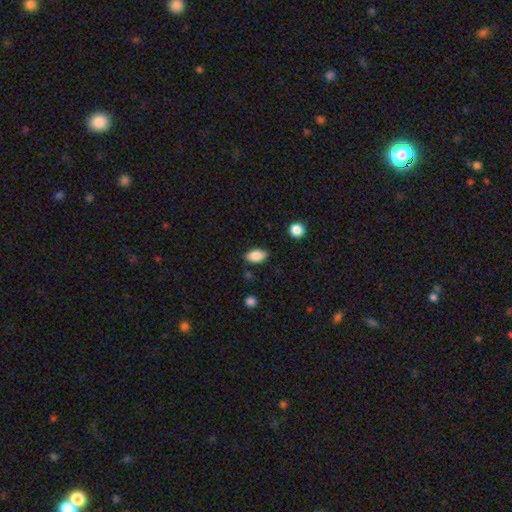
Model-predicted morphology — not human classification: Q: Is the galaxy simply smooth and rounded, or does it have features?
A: smooth — 86%.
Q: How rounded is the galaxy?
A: in between — 90%.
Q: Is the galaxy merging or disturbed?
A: none — 82%.